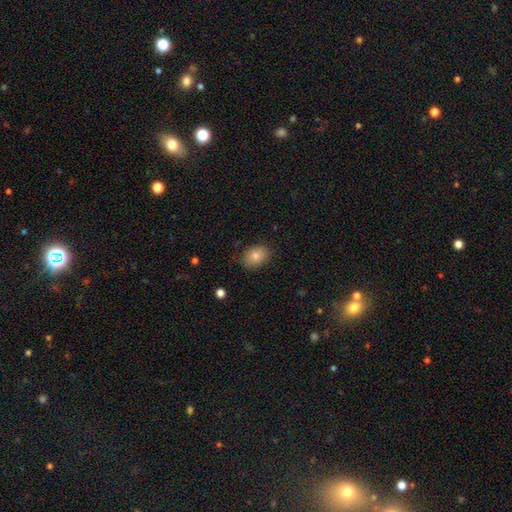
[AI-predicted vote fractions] This is clearly a smooth galaxy (81%). How rounded: likely in between (77%). Merging: clearly none (84%).